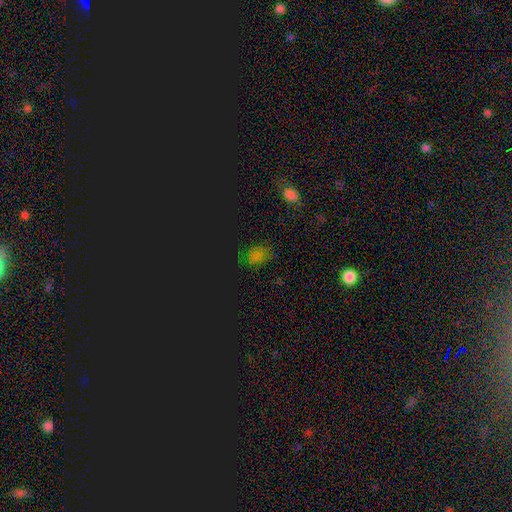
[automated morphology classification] Overall: star or artifact (47%; smooth 46%).